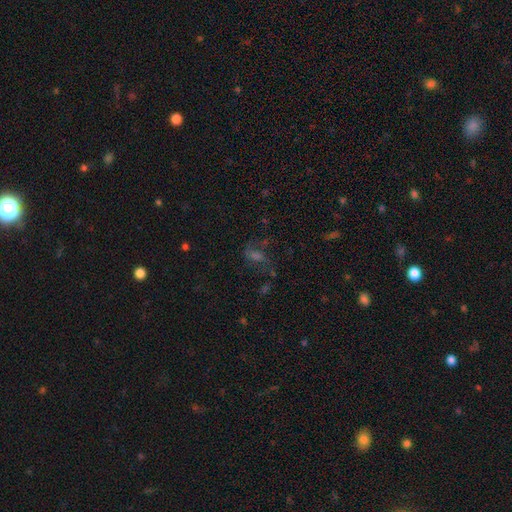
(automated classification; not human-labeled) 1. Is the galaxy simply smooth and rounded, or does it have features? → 37% featured or disk, 34% star or artifact, 28% smooth.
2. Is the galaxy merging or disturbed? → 53% none, 25% major disturbance, 18% minor disturbance, 5% merger.